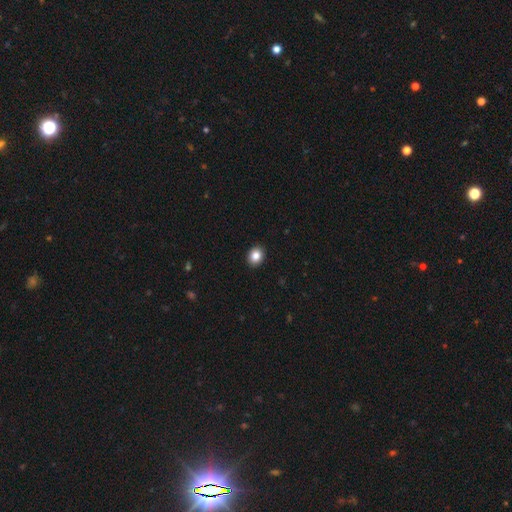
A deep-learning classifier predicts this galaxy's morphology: A smooth galaxy with no disk features (85%) that is round (54%).

Vote fractions:
- Smooth or featured? smooth: 85% / star or artifact: 9% / featured or disk: 5%
- How rounded? round: 54% / in between: 45% / cigar-shaped: 1%
- Merging? none: 92% / minor disturbance: 6% / major disturbance: 2% / merger: 1%